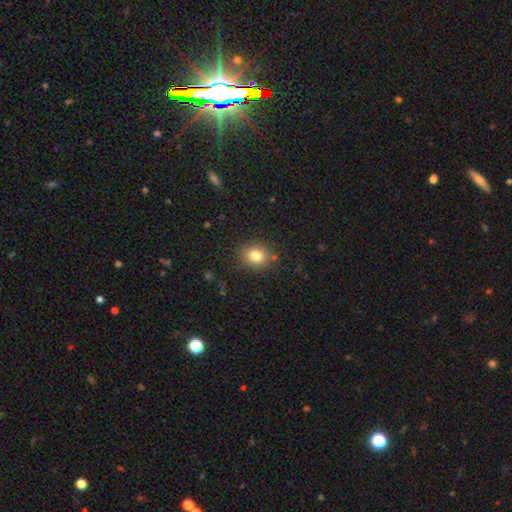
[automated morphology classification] Smooth or featured: smooth — 80% (star or artifact — 12%)
How rounded: round — 64% (in between — 35%)
Merging: none — 83% (minor disturbance — 11%)